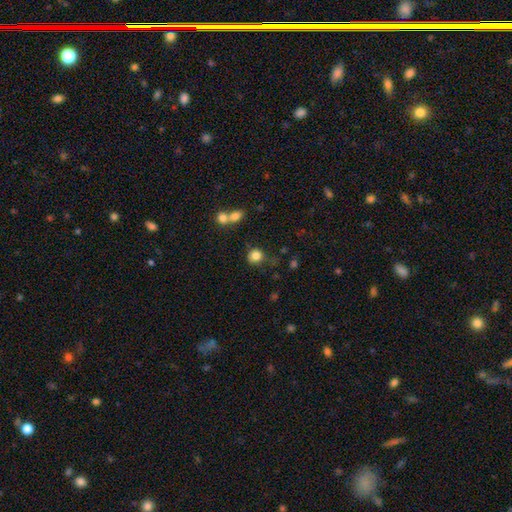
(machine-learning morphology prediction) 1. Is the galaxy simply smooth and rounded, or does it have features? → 83% smooth, 11% star or artifact, 6% featured or disk.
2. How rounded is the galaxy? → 87% round, 12% in between, 1% cigar-shaped.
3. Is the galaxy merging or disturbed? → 69% none, 16% minor disturbance, 9% merger, 6% major disturbance.